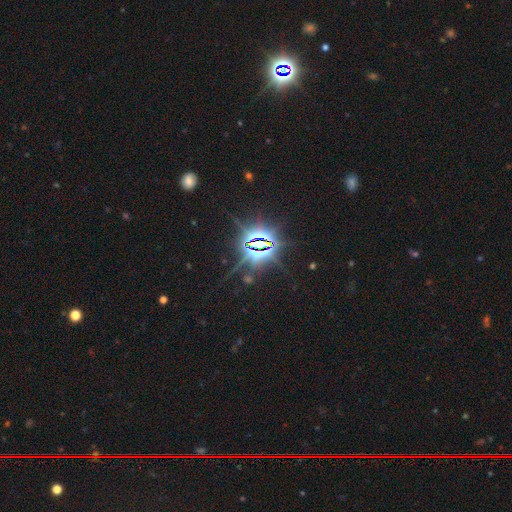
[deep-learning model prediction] star or artifact 85%, featured or disk 8%, smooth 8%.